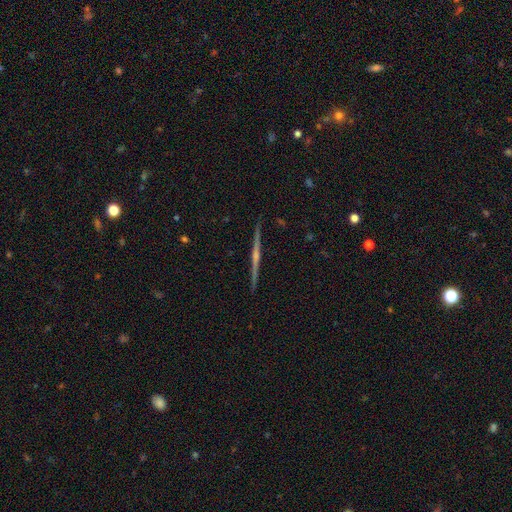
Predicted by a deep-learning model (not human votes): smooth_or_featured: featured or disk (p=0.72) [alt: smooth p=0.16]
disk_edge_on: yes (p=0.96) [alt: no p=0.04]
edge_on_bulge: rounded (p=0.68) [alt: none p=0.23]
merging: none (p=0.89) [alt: minor disturbance p=0.07]